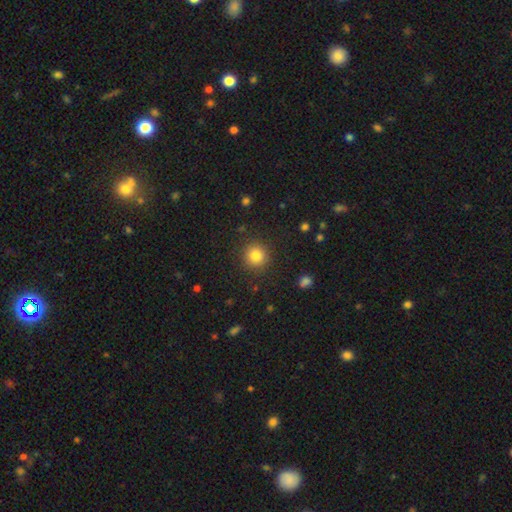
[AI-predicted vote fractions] A smooth galaxy with no disk features (83%) that is round (93%). Merging: none (90%).